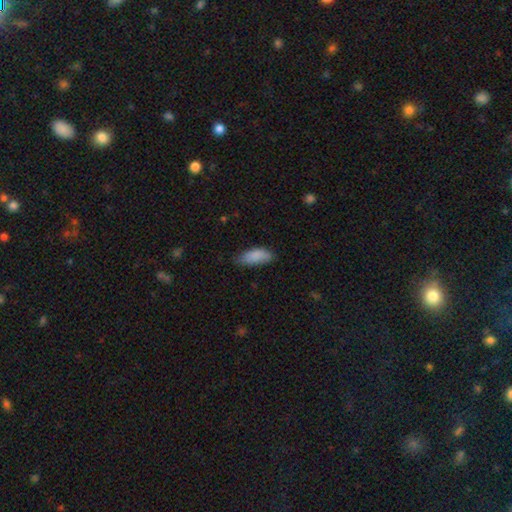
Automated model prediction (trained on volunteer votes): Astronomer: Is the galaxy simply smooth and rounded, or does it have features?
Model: smooth — 87%.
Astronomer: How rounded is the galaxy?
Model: in between — 84%.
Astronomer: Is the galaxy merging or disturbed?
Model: none — 63%.